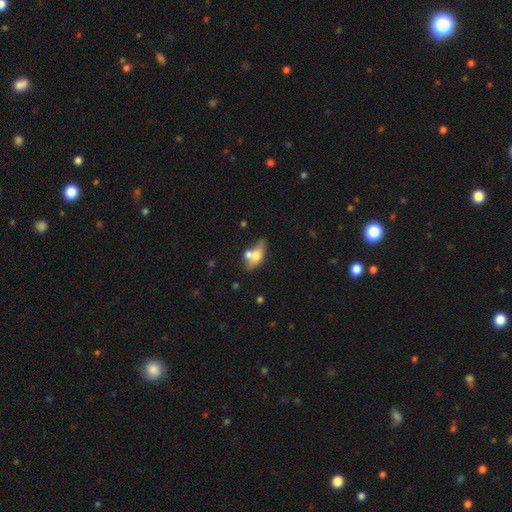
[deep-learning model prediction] Smooth or featured: smooth — 57% (featured or disk — 35%)
How rounded: in between — 77% (cigar-shaped — 15%)
Merging: none — 41% (merger — 36%)